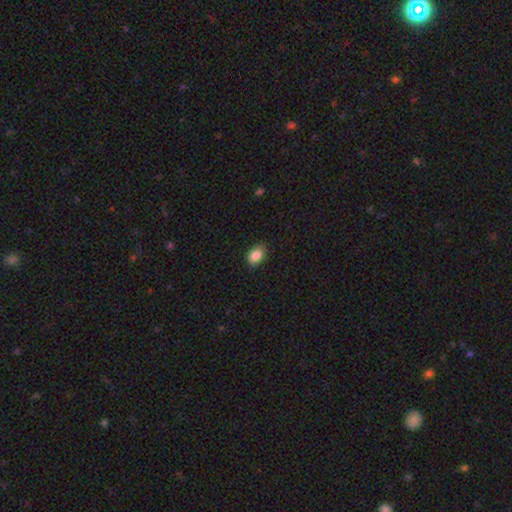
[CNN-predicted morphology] type=smooth (87%); roundness=in between (83%); merging=none (79%).